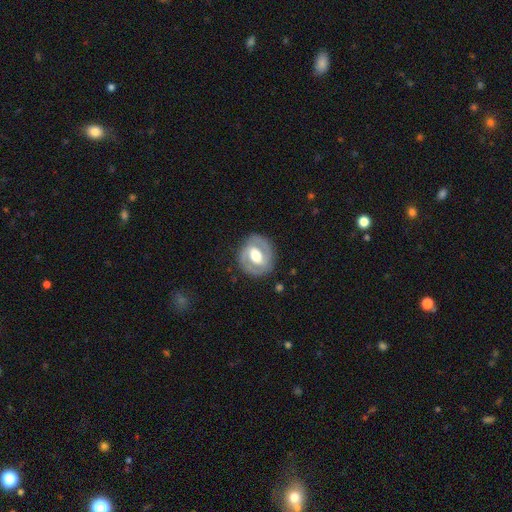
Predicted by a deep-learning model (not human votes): Q: Smooth or featured?
A: featured or disk (76%); runner-up: smooth (19%)
Q: Edge-on disk?
A: no (97%); runner-up: yes (3%)
Q: Bar?
A: weak (41%); runner-up: strong (33%)
Q: Spiral arms?
A: yes (74%); runner-up: no (26%)
Q: Spiral winding?
A: tight (47%); runner-up: medium (41%)
Q: Spiral arm count?
A: 2 (85%); runner-up: can't tell (8%)
Q: Bulge size?
A: moderate (58%); runner-up: large (31%)
Q: Merging?
A: none (82%); runner-up: minor disturbance (12%)